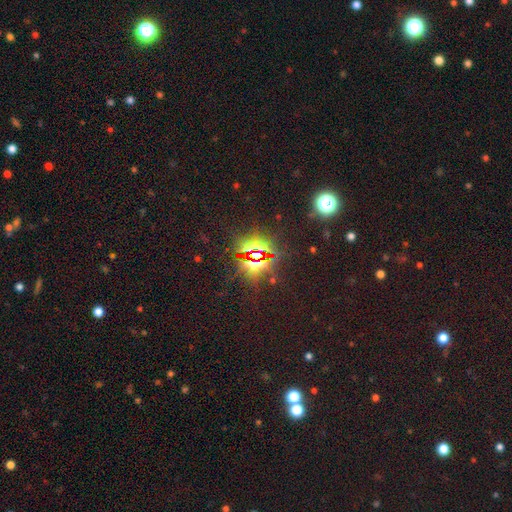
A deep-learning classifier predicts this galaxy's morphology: The model was most divided on "smooth or featured": star or artifact: 83%, smooth: 10%, featured or disk: 7%.